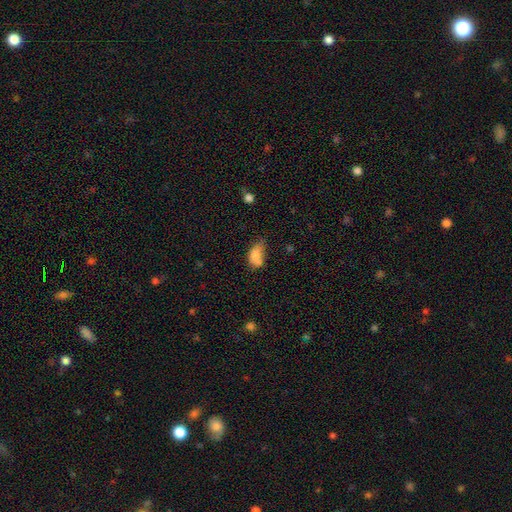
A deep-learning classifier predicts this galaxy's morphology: Smooth or featured? smooth (75%)
How rounded? in between (85%)
Merging? merger (32%)